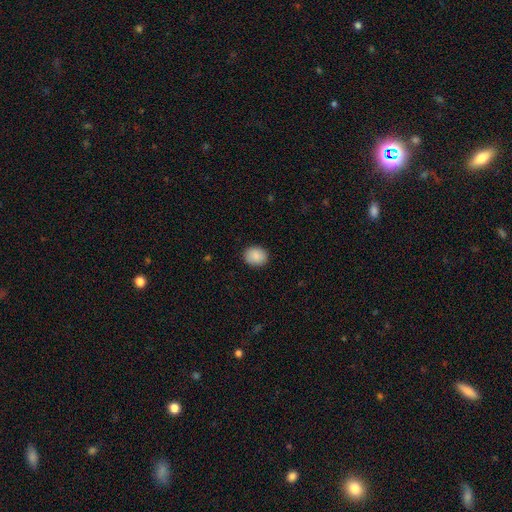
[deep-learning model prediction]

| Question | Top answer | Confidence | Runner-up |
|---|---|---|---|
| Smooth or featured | smooth | 89% | star or artifact (8%) |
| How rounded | round | 59% | in between (40%) |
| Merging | none | 90% | minor disturbance (7%) |